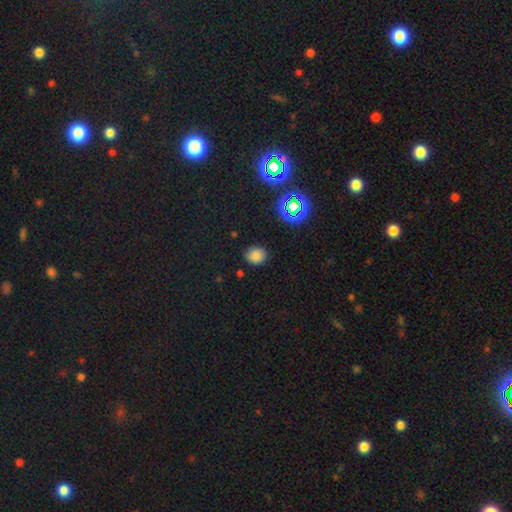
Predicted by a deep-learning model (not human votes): The model was most divided on "how rounded": round: 71%, in between: 28%, cigar-shaped: 1%. More confident: merging — none (82%); smooth or featured — smooth (77%).